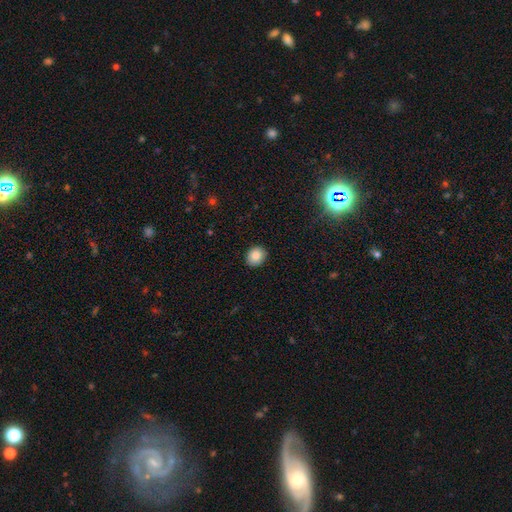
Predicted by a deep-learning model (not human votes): A smooth galaxy with no disk features (86%) that is round (64%).

Vote fractions:
- Smooth or featured? smooth: 86% / star or artifact: 9% / featured or disk: 5%
- How rounded? round: 64% / in between: 35% / cigar-shaped: 1%
- Merging? none: 89% / minor disturbance: 8% / major disturbance: 2% / merger: 1%